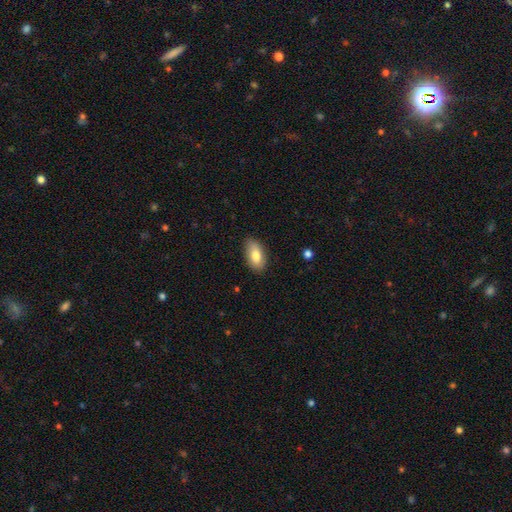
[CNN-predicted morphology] Smooth or featured?
  - smooth: 81% *
  - featured or disk: 13%
  - star or artifact: 7%
How rounded?
  - in between: 91% *
  - cigar-shaped: 5%
  - round: 4%
Merging?
  - none: 84% *
  - minor disturbance: 13%
  - major disturbance: 2%
  - merger: 1%